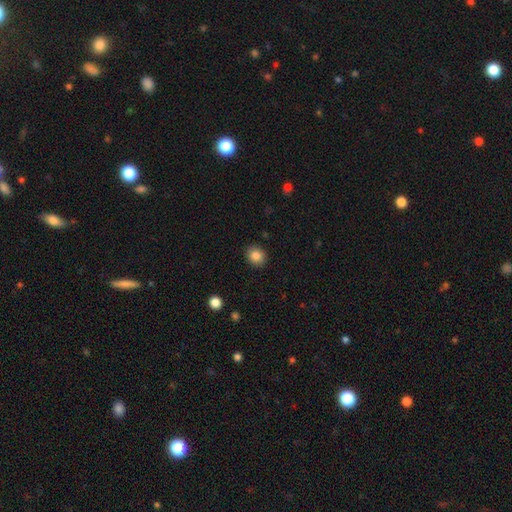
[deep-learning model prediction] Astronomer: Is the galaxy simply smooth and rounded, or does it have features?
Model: smooth — 85%.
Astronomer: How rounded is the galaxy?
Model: round — 74%.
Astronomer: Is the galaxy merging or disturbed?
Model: none — 90%.